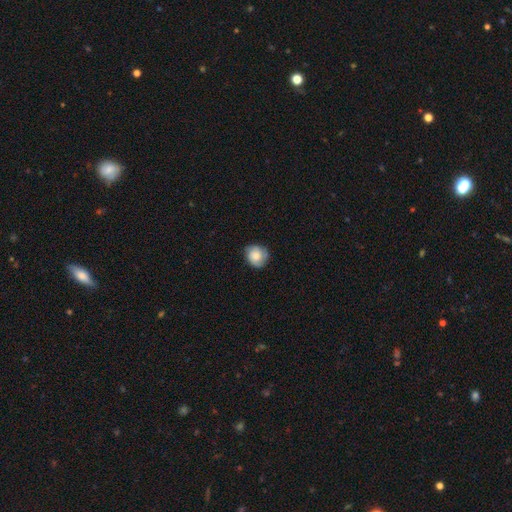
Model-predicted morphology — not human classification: A smooth galaxy with no disk features (60%) that is round (82%).

Vote fractions:
- Smooth or featured? smooth: 60% / featured or disk: 32% / star or artifact: 8%
- How rounded? round: 82% / in between: 17% / cigar-shaped: 1%
- Merging? none: 77% / minor disturbance: 17% / major disturbance: 5% / merger: 1%